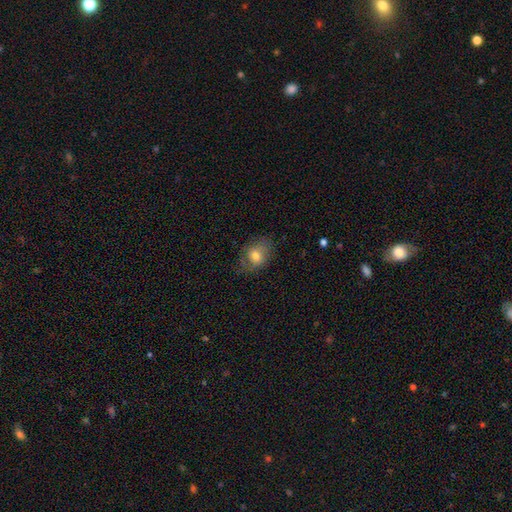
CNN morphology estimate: A smooth galaxy with no disk features (65%) that is in between round and cigar-shaped (66%).

Vote fractions:
- Smooth or featured? smooth: 65% / featured or disk: 26% / star or artifact: 9%
- How rounded? in between: 66% / round: 33% / cigar-shaped: 1%
- Merging? none: 64% / minor disturbance: 23% / major disturbance: 11% / merger: 1%